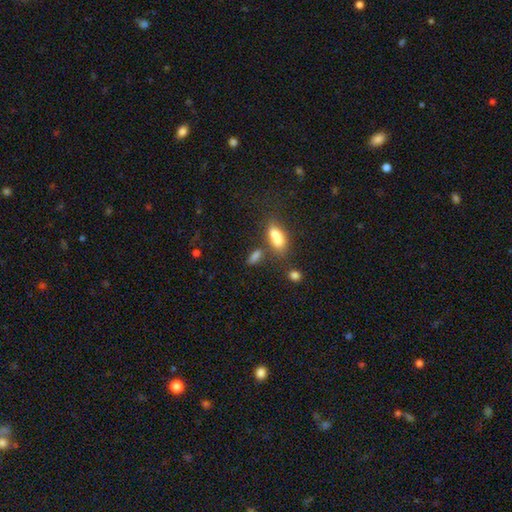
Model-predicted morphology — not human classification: The model was most divided on "merging": none: 44%, merger: 36%, minor disturbance: 13%, major disturbance: 7%. More confident: smooth or featured — smooth (71%); how rounded — in between (70%).